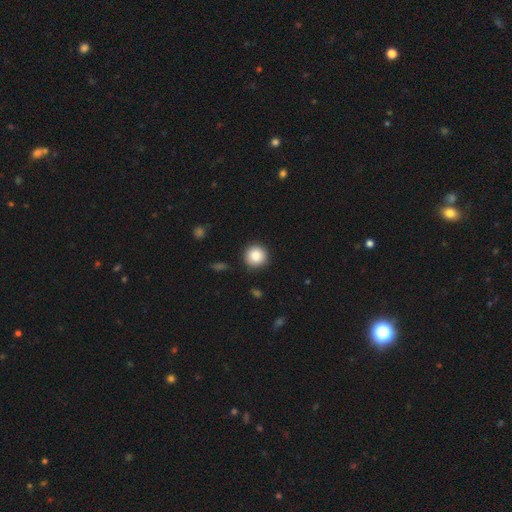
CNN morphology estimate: Q: Smooth or featured?
A: smooth (87%); runner-up: star or artifact (9%)
Q: How rounded?
A: round (95%); runner-up: in between (4%)
Q: Merging?
A: none (90%); runner-up: minor disturbance (7%)